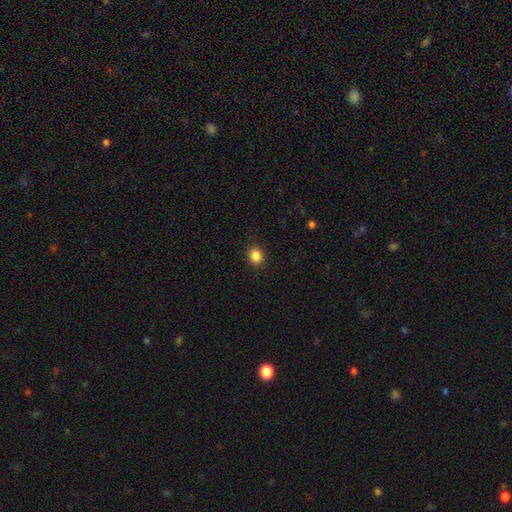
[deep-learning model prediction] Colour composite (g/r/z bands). It shows a smooth galaxy with no disk features (87%) that is round (60%). Merging: none (89%).